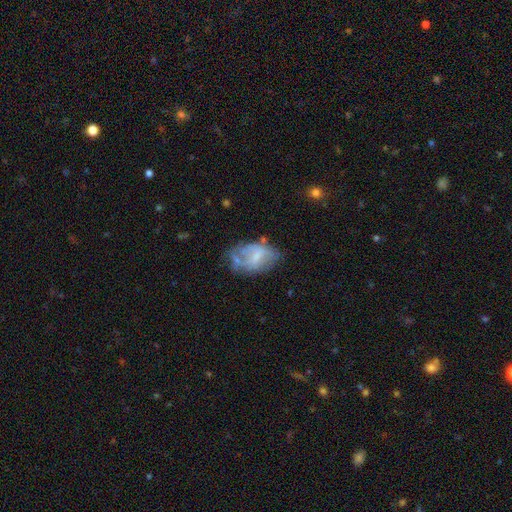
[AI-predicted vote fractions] This is possibly a featured or disk galaxy (52%). It is clearly not viewed edge-on (96%). Merging: marginally none (39%).